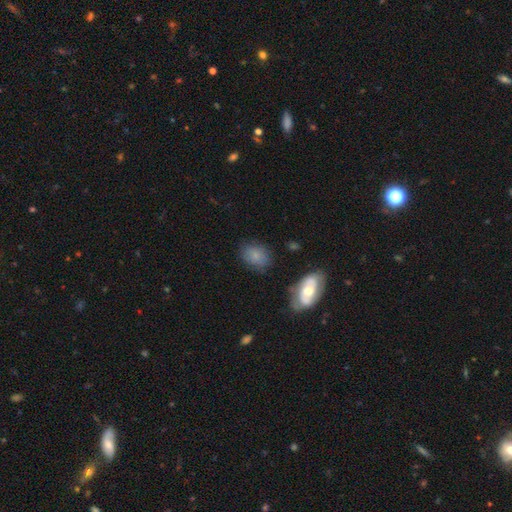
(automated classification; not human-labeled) smooth-or-featured: smooth: 77% | featured or disk: 14% | star or artifact: 9%
  how-rounded: in between: 70% | round: 29% | cigar-shaped: 1%
  merging: none: 72% | minor disturbance: 18% | major disturbance: 6% | merger: 4%